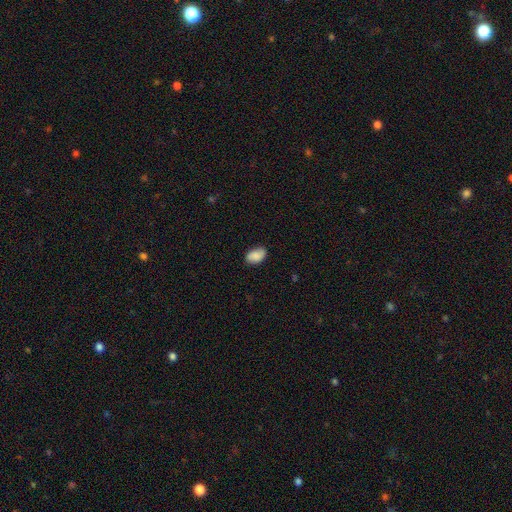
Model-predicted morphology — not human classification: Q: Smooth or featured?
A: smooth (82%); runner-up: featured or disk (10%)
Q: How rounded?
A: in between (91%); runner-up: round (8%)
Q: Merging?
A: none (80%); runner-up: minor disturbance (16%)